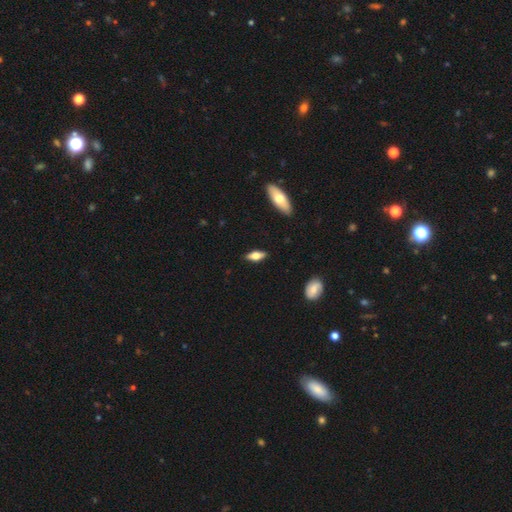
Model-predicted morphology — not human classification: smooth 55%, featured or disk 38%, star or artifact 7%. Down the decision tree: how rounded — in between (68%); merging — none (86%).